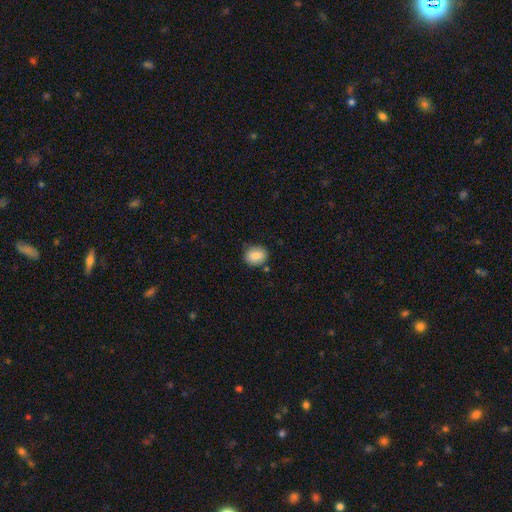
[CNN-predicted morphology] A smooth galaxy with no disk features (86%) that is round (50%).

Vote fractions:
- Smooth or featured? smooth: 86% / star or artifact: 8% / featured or disk: 6%
- How rounded? round: 50% / in between: 49% / cigar-shaped: 1%
- Merging? none: 80% / minor disturbance: 14% / merger: 4% / major disturbance: 3%